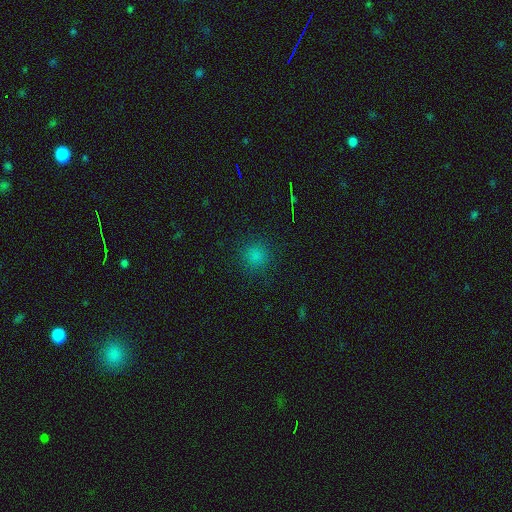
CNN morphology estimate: Q: Smooth or featured?
A: smooth (79%); runner-up: star or artifact (17%)
Q: How rounded?
A: round (92%); runner-up: in between (7%)
Q: Merging?
A: none (88%); runner-up: minor disturbance (8%)